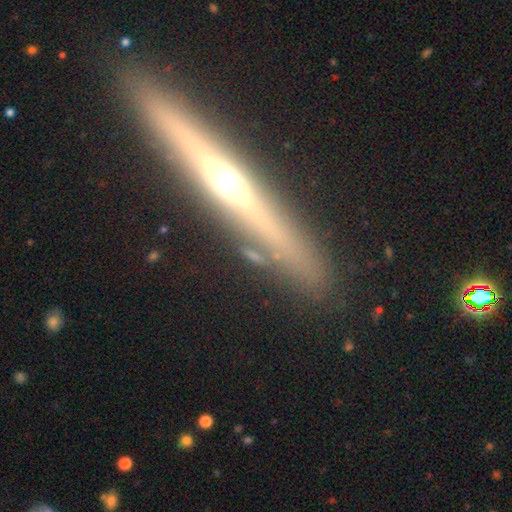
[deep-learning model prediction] Smooth or featured?
  - featured or disk: 37% *
  - smooth: 36%
  - star or artifact: 27%
Merging?
  - none: 79% *
  - minor disturbance: 10%
  - merger: 6%
  - major disturbance: 5%